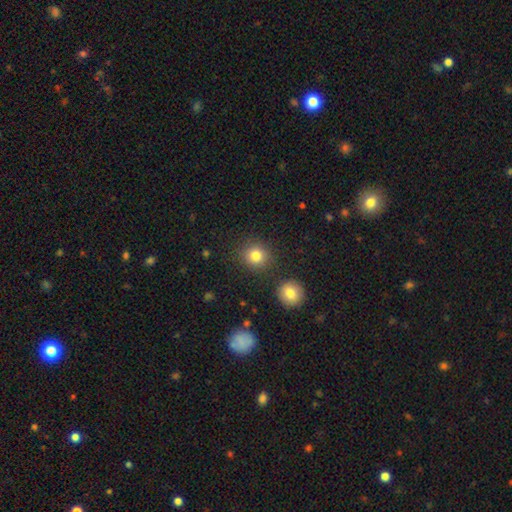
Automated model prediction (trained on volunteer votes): The model was most divided on "smooth or featured": smooth: 81%, star or artifact: 13%, featured or disk: 6%. More confident: how rounded — round (87%); merging — none (85%).